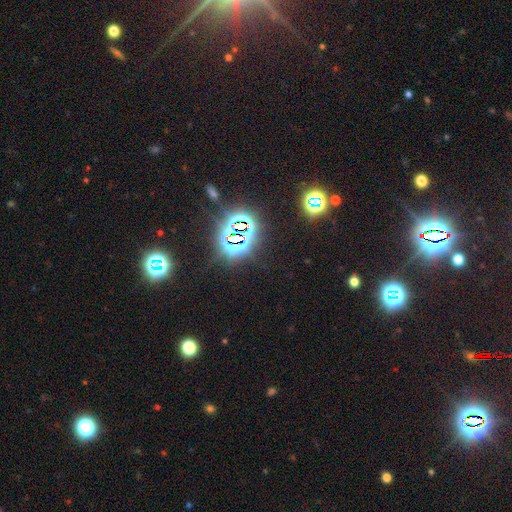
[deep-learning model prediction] A star or artifact, not a galaxy (76%).